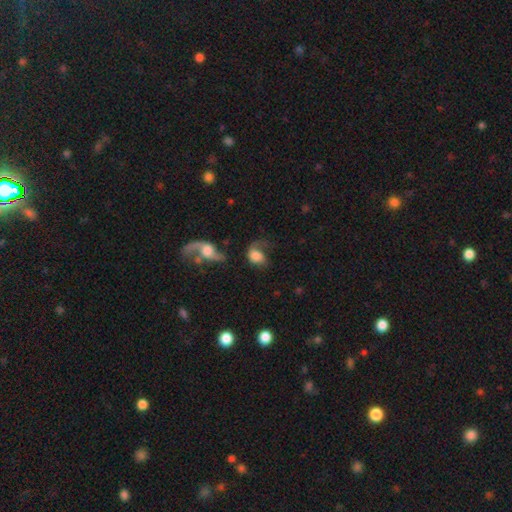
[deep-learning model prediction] Q: Smooth or featured?
A: smooth (55%); runner-up: featured or disk (36%)
Q: How rounded?
A: in between (58%); runner-up: round (40%)
Q: Merging?
A: major disturbance (39%); runner-up: none (29%)